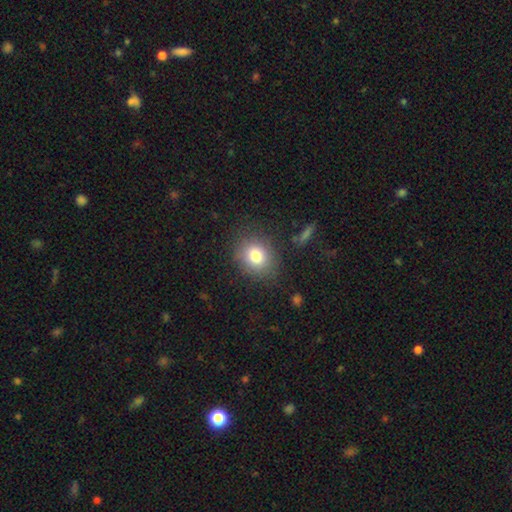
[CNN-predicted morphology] Smooth or featured? smooth (78%)
How rounded? round (67%)
Merging? none (83%)